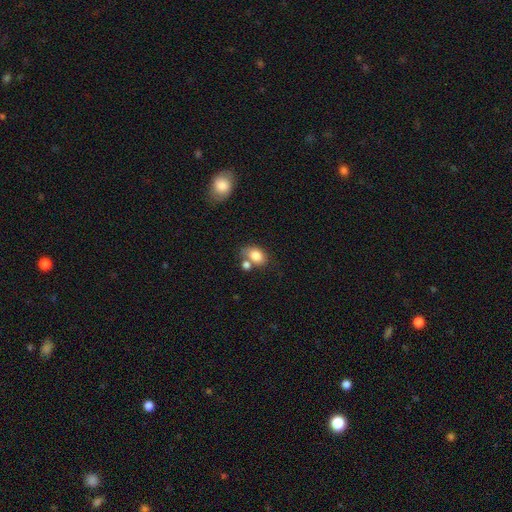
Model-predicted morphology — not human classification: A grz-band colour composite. It shows a smooth galaxy with no disk features (82%) that is in between round and cigar-shaped (77%). Merging: none (48%).